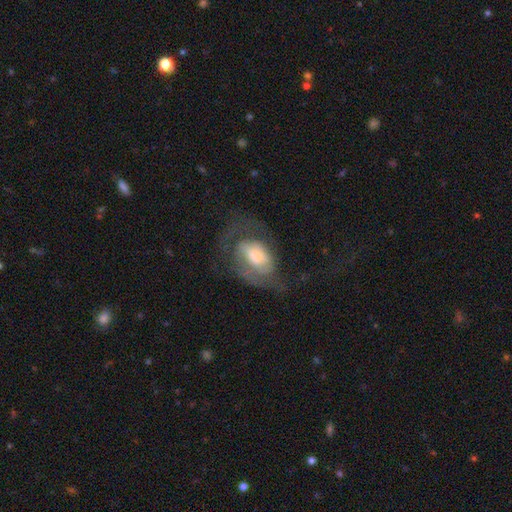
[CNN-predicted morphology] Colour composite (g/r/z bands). It shows a featured or disk galaxy (64%) with no bar (53%), spiral arms (76%) and a moderate central bulge (47%). Merging: none (43%).